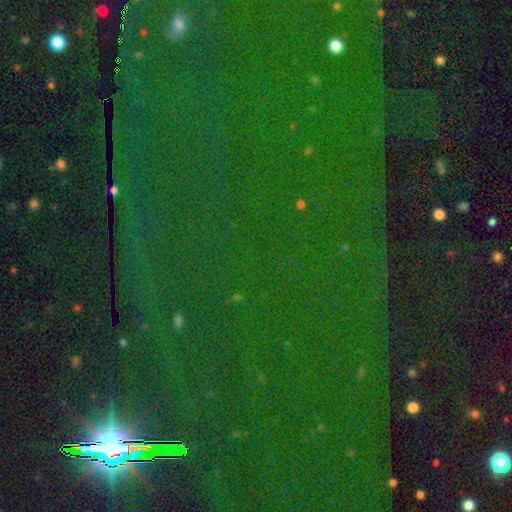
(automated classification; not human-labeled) A star or artifact, not a galaxy (83%).

Vote fractions:
- Smooth or featured? star or artifact: 83% / smooth: 9% / featured or disk: 7%